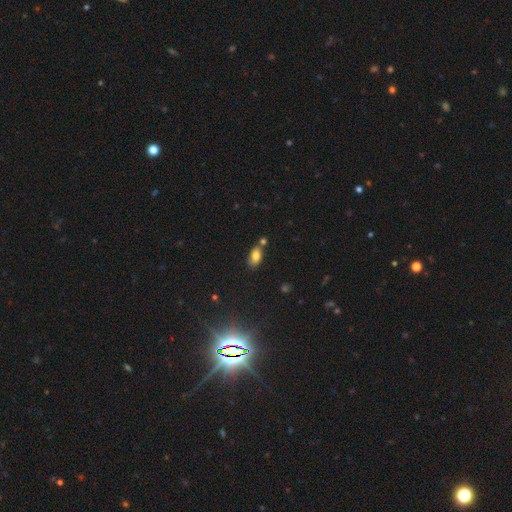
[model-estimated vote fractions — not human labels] smooth-or-featured: smooth: 75% | featured or disk: 14% | star or artifact: 11%
  how-rounded: in between: 89% | round: 6% | cigar-shaped: 5%
  merging: none: 59% | minor disturbance: 19% | merger: 17% | major disturbance: 5%